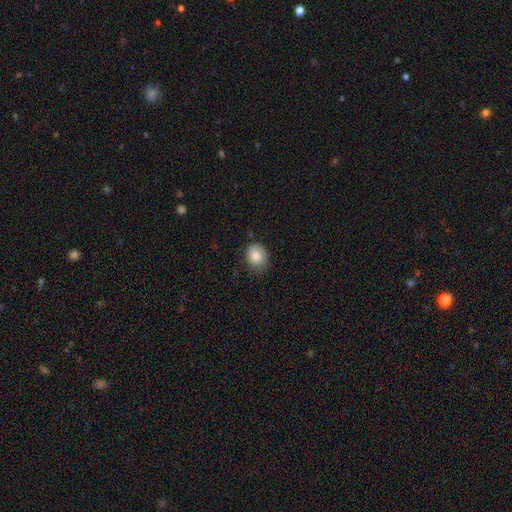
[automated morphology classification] Q: Smooth or featured?
A: smooth (82%); runner-up: featured or disk (10%)
Q: How rounded?
A: round (58%); runner-up: in between (41%)
Q: Merging?
A: none (72%); runner-up: minor disturbance (22%)